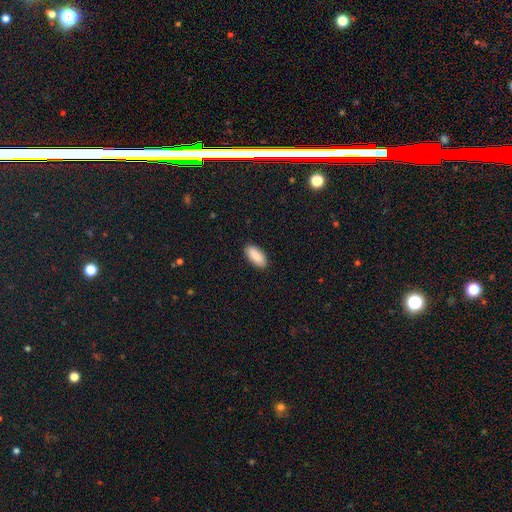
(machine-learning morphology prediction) smooth 90%, star or artifact 6%, featured or disk 5%. Down the decision tree: how rounded — in between (88%); merging — none (90%).